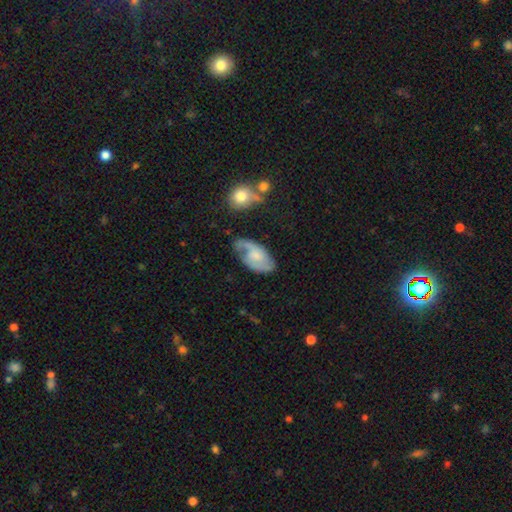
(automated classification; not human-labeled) featured or disk 69%, smooth 25%, star or artifact 6%. Down the decision tree: edge-on disk — no (96%); bar — no (57%); spiral arms — yes (89%); spiral arm count — 2 (75%); spiral winding — medium (47%); bulge size — small (35%); merging — none (53%).